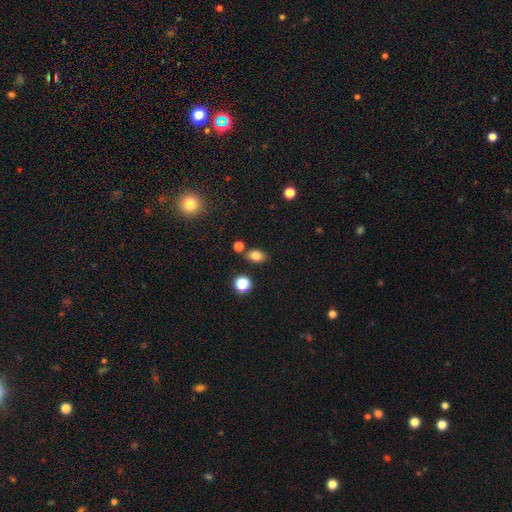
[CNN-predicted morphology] smooth_or_featured: smooth (p=0.80) [alt: star or artifact p=0.12]
how_rounded: in between (p=0.75) [alt: round p=0.24]
merging: none (p=0.78) [alt: minor disturbance p=0.12]